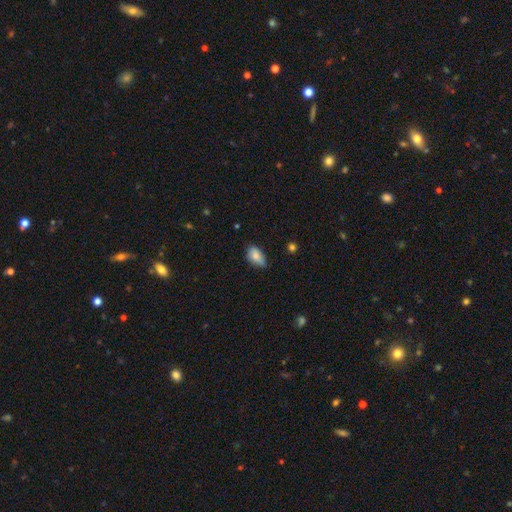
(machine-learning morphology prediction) Smooth or featured: smooth — 81% (featured or disk — 11%)
How rounded: in between — 91% (round — 6%)
Merging: none — 62% (minor disturbance — 32%)